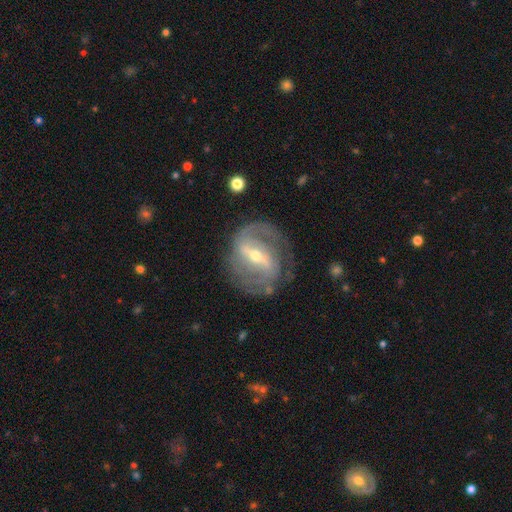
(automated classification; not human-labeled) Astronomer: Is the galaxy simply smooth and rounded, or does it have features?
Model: featured or disk — 88%.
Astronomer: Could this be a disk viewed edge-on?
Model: no — 95%.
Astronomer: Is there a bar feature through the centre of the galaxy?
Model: strong — 61%.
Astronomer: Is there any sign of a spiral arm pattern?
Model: yes — 93%.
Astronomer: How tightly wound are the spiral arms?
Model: medium — 44% (runner-up: tight, 39%).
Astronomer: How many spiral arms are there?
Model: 2 — 69%.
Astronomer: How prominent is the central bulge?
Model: moderate — 49% (runner-up: small, 47%).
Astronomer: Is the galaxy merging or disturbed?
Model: none — 71%.